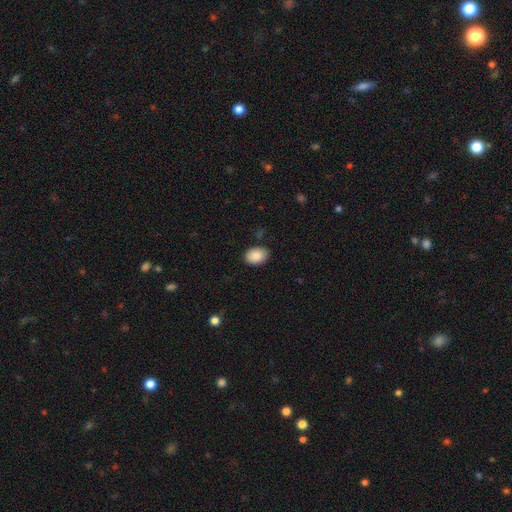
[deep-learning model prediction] This appears to be a smooth galaxy with no disk features (89%) that is in between round and cigar-shaped (79%). Merging: none (84%).